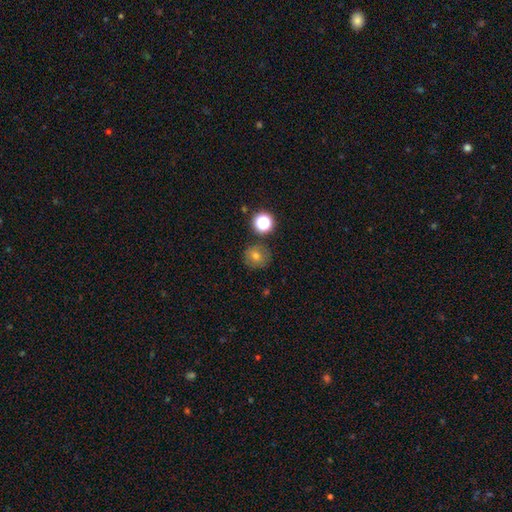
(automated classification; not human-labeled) Smooth or featured: smooth — 64% (star or artifact — 19%)
How rounded: round — 89% (in between — 10%)
Merging: none — 81% (minor disturbance — 10%)